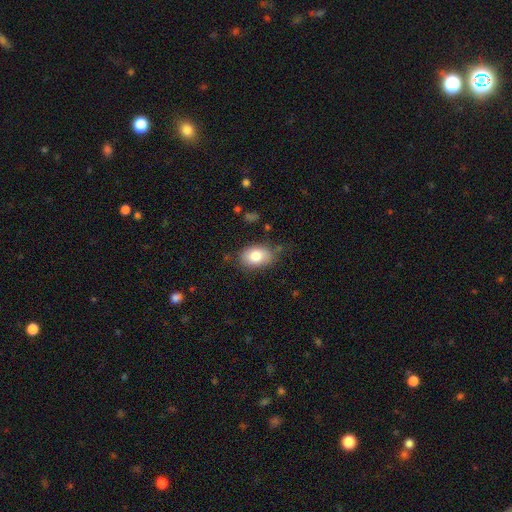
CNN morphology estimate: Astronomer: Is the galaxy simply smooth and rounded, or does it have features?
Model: smooth — 81%.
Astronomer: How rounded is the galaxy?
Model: in between — 84%.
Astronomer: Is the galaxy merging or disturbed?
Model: none — 72%.